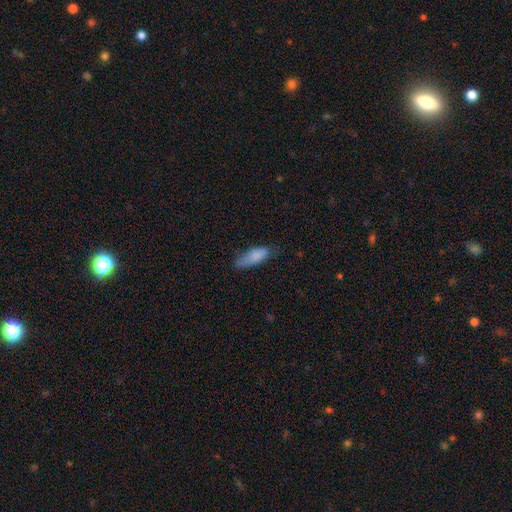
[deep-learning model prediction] Overall: smooth (82%). How rounded: in between (61%; cigar-shaped 38%). Merging: none (57%; minor disturbance 32%).